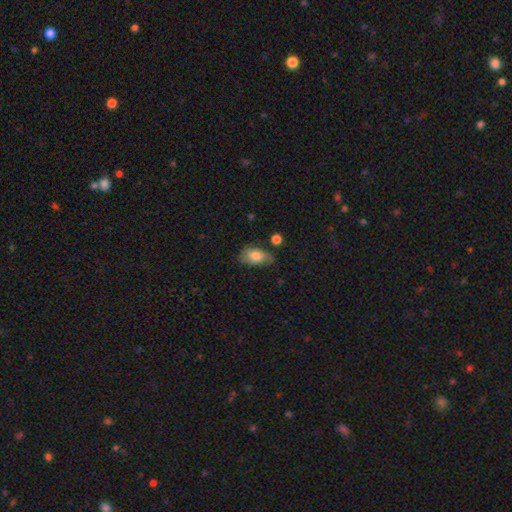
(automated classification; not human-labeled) Q: Smooth or featured?
A: smooth (73%); runner-up: featured or disk (19%)
Q: How rounded?
A: in between (90%); runner-up: round (7%)
Q: Merging?
A: none (53%); runner-up: minor disturbance (33%)